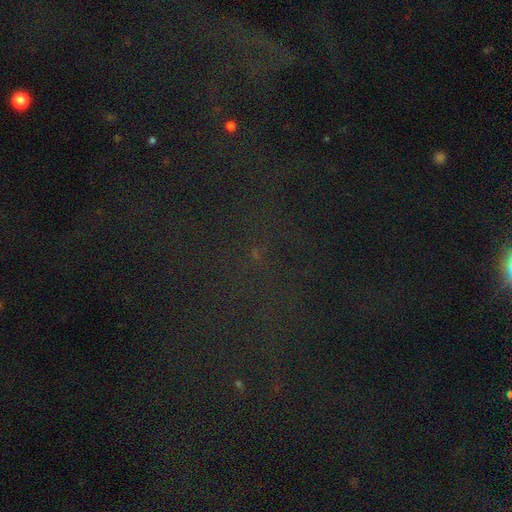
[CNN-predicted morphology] This appears to be a star or artifact, not a galaxy (77%).